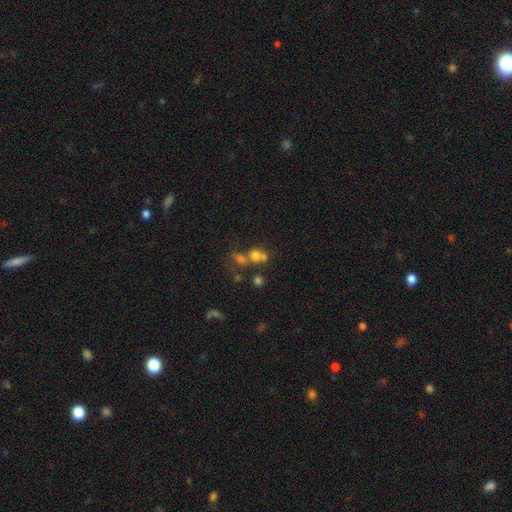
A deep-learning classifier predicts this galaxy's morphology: Smooth or featured? smooth (66%)
How rounded? round (73%)
Merging? merger (49%)